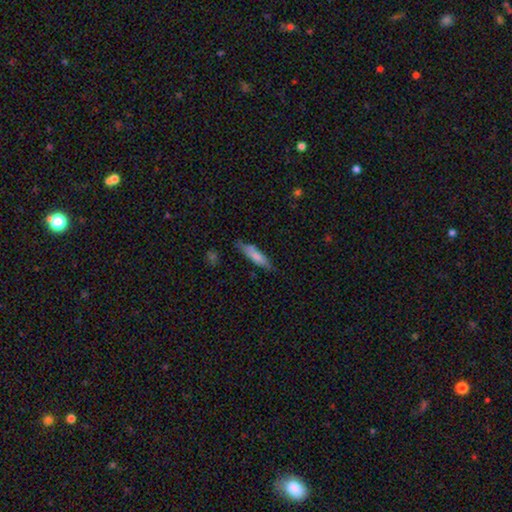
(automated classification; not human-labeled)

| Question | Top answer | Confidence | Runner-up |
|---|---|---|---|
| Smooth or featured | smooth | 76% | featured or disk (18%) |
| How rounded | cigar-shaped | 68% | in between (30%) |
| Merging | none | 70% | minor disturbance (23%) |